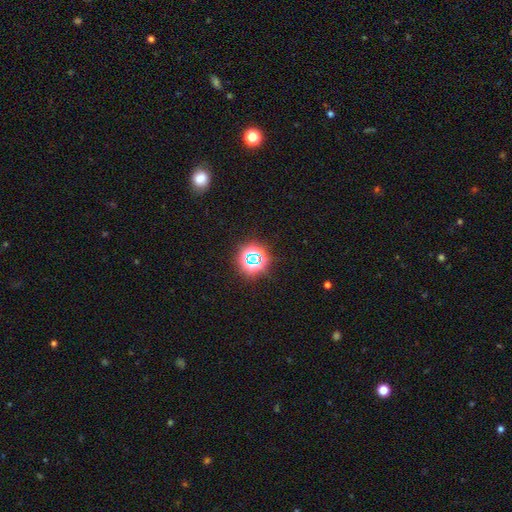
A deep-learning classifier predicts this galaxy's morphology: star or artifact 69%, smooth 22%, featured or disk 9%.